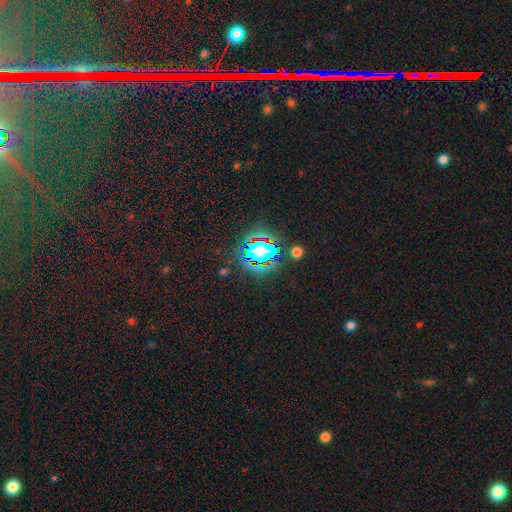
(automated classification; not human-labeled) Smooth or featured: star or artifact — 57% (smooth — 29%)